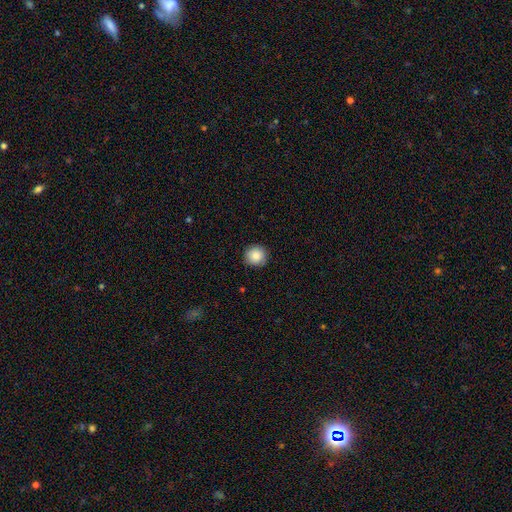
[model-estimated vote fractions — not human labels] smooth_or_featured: smooth (p=0.87) [alt: star or artifact p=0.08]
how_rounded: round (p=0.93) [alt: in between p=0.06]
merging: none (p=0.90) [alt: minor disturbance p=0.08]